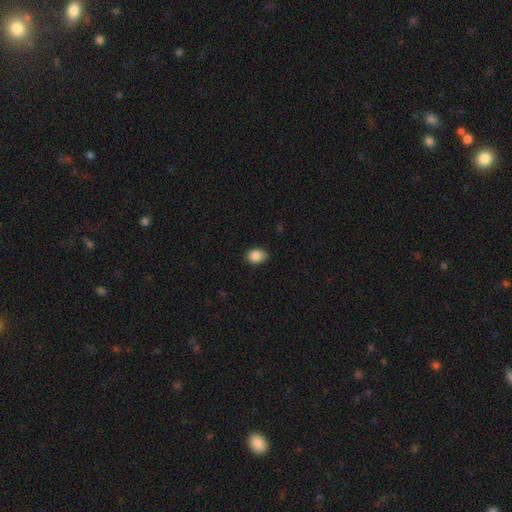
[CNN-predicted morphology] smooth-or-featured: smooth: 87% | star or artifact: 8% | featured or disk: 4%
  how-rounded: in between: 65% | round: 34% | cigar-shaped: 1%
  merging: none: 76% | minor disturbance: 20% | major disturbance: 3% | merger: 1%